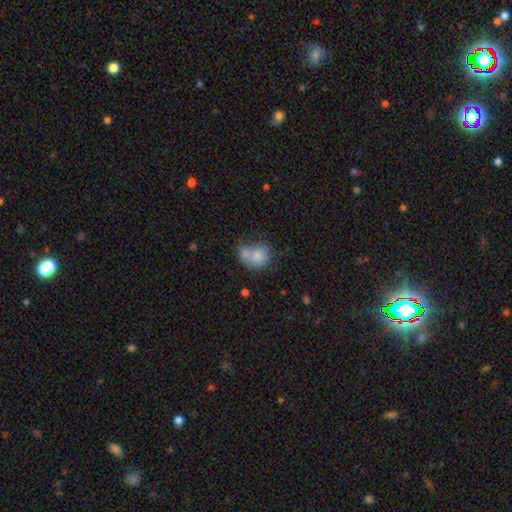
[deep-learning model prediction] smooth 75%, featured or disk 16%, star or artifact 9%. Down the decision tree: how rounded — round (58%); merging — merger (39%).